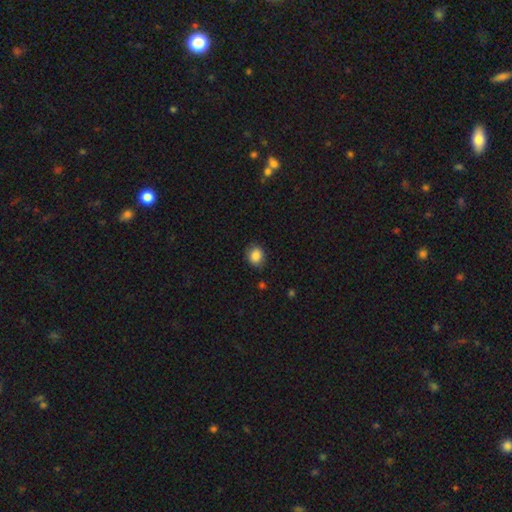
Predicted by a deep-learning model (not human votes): Morphology: type=smooth (85%); roundness=round (61%); merging=none (82%).